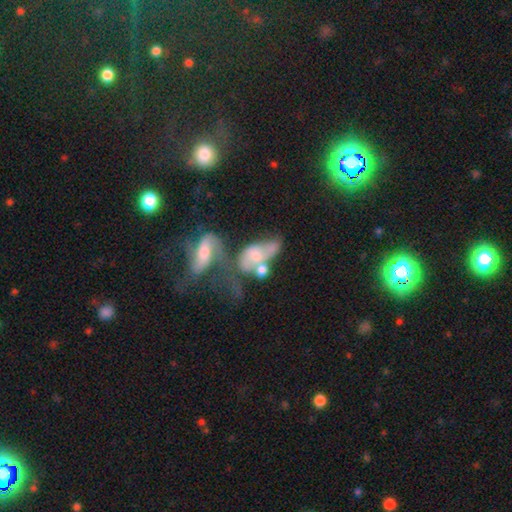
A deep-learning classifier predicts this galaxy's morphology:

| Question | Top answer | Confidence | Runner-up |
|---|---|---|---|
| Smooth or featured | featured or disk | 50% | smooth (40%) |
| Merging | merger | 60% | major disturbance (17%) |